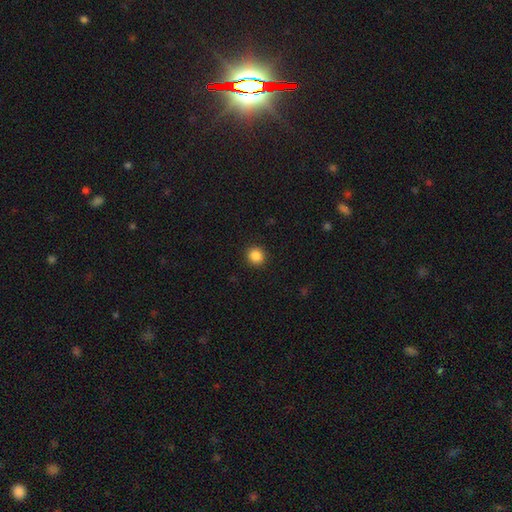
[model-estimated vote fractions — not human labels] smooth_or_featured: smooth (p=0.87) [alt: star or artifact p=0.10]
how_rounded: round (p=0.90) [alt: in between p=0.09]
merging: none (p=0.92) [alt: minor disturbance p=0.05]